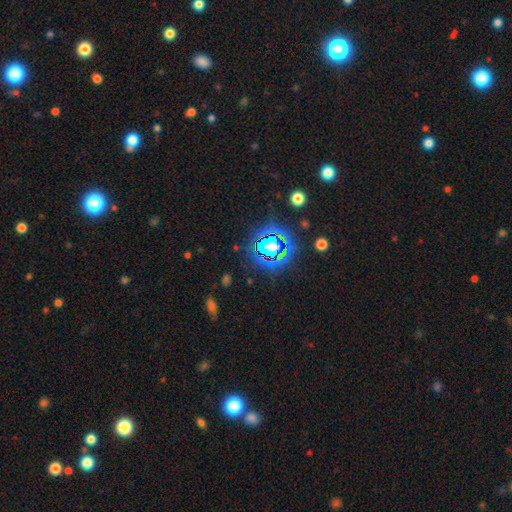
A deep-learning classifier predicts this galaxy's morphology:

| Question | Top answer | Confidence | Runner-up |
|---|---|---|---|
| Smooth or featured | star or artifact | 79% | smooth (13%) |